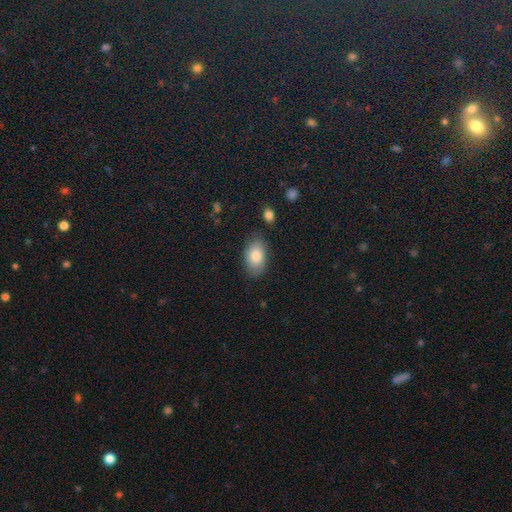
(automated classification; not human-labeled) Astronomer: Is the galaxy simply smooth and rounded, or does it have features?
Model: smooth — 82%.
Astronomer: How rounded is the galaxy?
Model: in between — 91%.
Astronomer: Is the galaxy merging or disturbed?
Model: none — 81%.